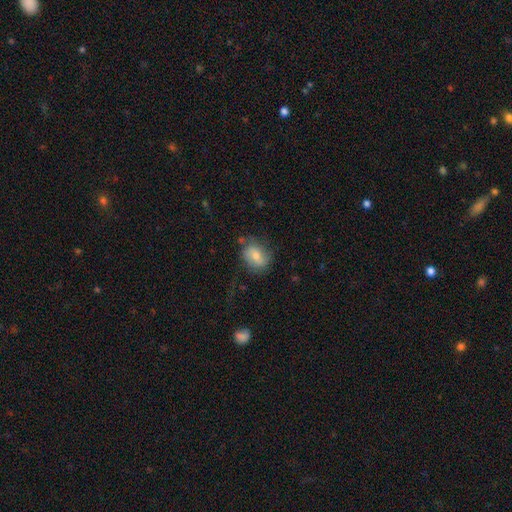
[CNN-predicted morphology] Smooth or featured: smooth — 67% (featured or disk — 24%)
How rounded: in between — 61% (round — 37%)
Merging: none — 63% (minor disturbance — 23%)